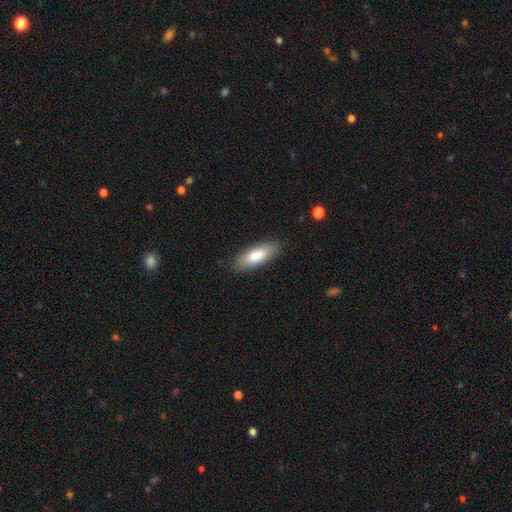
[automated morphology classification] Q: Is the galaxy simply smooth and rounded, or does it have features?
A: smooth — 80%.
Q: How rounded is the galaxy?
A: in between — 71%.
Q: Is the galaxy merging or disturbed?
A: none — 86%.